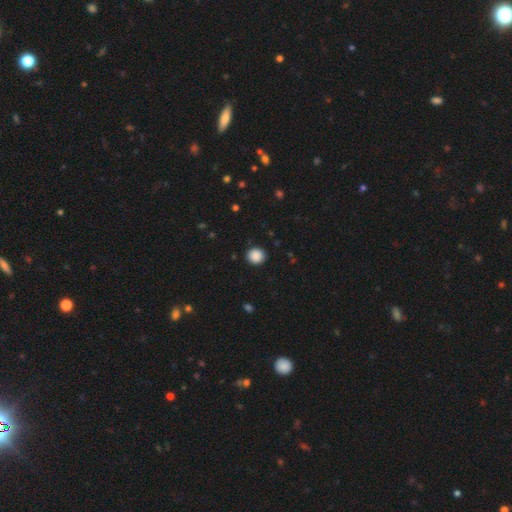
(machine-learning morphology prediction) Q: Smooth or featured?
A: smooth (88%); runner-up: star or artifact (9%)
Q: How rounded?
A: round (89%); runner-up: in between (10%)
Q: Merging?
A: none (91%); runner-up: minor disturbance (6%)